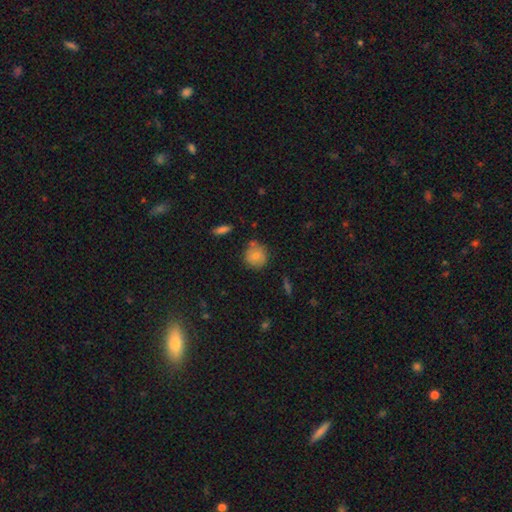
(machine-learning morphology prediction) Smooth or featured?
  - smooth: 76% *
  - featured or disk: 15%
  - star or artifact: 9%
How rounded?
  - round: 87% *
  - in between: 12%
  - cigar-shaped: 1%
Merging?
  - none: 73% *
  - minor disturbance: 18%
  - merger: 6%
  - major disturbance: 3%